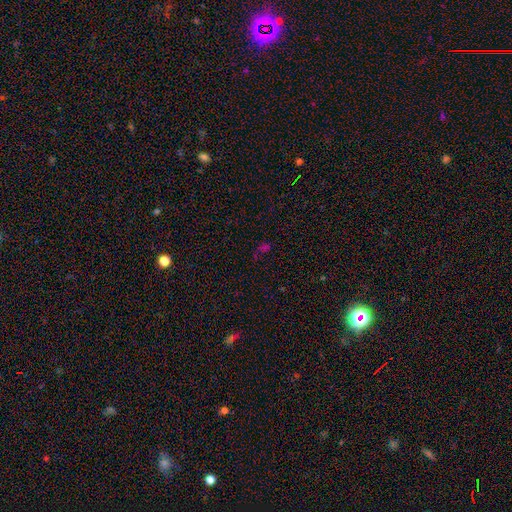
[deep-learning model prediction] This appears to be a star or artifact, not a galaxy (52%).